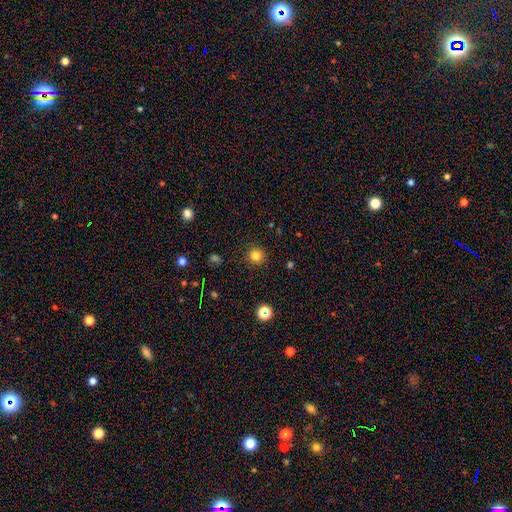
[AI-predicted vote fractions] smooth_or_featured: smooth (p=0.81) [alt: star or artifact p=0.14]
how_rounded: round (p=0.94) [alt: in between p=0.05]
merging: none (p=0.91) [alt: minor disturbance p=0.05]